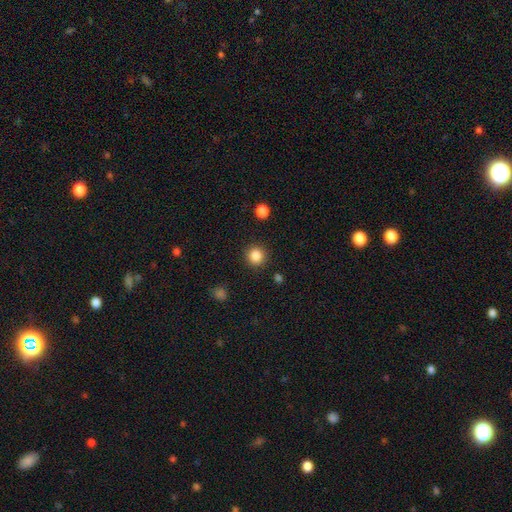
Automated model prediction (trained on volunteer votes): A smooth galaxy with no disk features (86%) that is round (93%).

Vote fractions:
- Smooth or featured? smooth: 86% / star or artifact: 11% / featured or disk: 4%
- How rounded? round: 93% / in between: 6% / cigar-shaped: 1%
- Merging? none: 90% / minor disturbance: 6% / major disturbance: 2% / merger: 2%